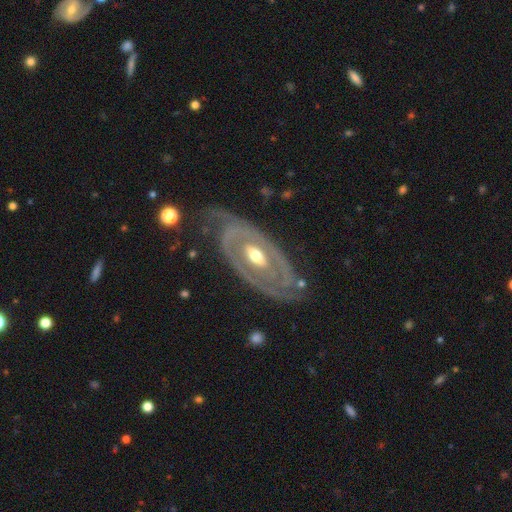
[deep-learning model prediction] featured or disk 82%, smooth 14%, star or artifact 4%. Down the decision tree: edge-on disk — no (92%); bar — no (61%); spiral arms — yes (61%); bulge size — moderate (71%); merging — none (64%).